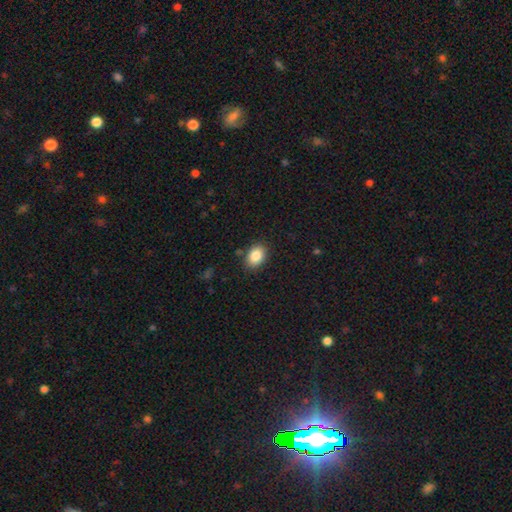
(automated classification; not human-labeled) A smooth galaxy with no disk features (86%) that is in between round and cigar-shaped (77%). Merging: none (87%).